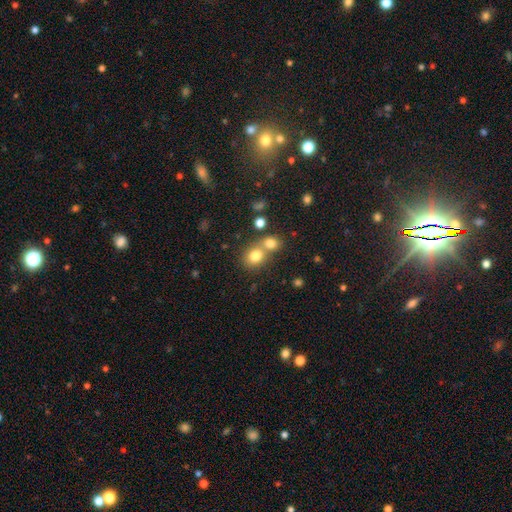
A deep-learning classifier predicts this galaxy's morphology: Smooth or featured?
  - smooth: 78% *
  - star or artifact: 12%
  - featured or disk: 10%
How rounded?
  - round: 71% *
  - in between: 28%
  - cigar-shaped: 1%
Merging?
  - none: 46% *
  - merger: 44%
  - minor disturbance: 7%
  - major disturbance: 3%